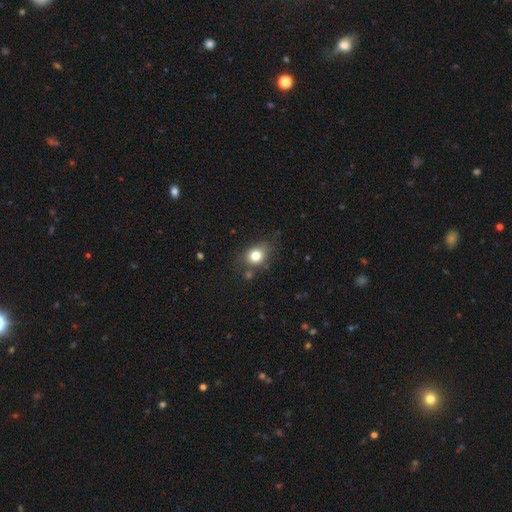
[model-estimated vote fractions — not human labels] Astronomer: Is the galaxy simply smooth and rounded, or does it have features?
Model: smooth — 78%.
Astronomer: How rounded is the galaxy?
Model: round — 65%.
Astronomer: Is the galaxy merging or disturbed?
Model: none — 70%.